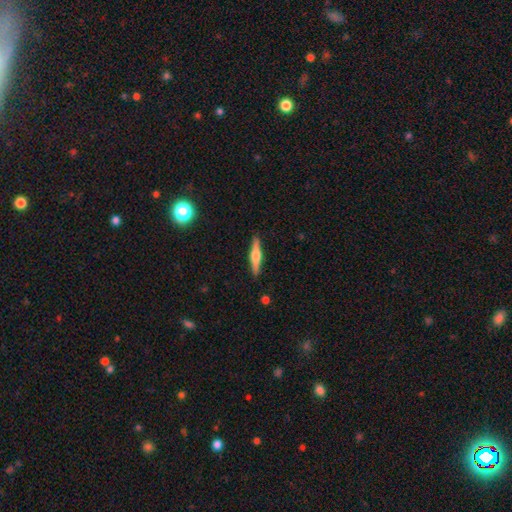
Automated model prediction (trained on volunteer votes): Q: Smooth or featured?
A: featured or disk (55%); runner-up: smooth (39%)
Q: Edge-on disk?
A: yes (97%); runner-up: no (3%)
Q: Edge-on bulge?
A: rounded (88%); runner-up: boxy (8%)
Q: Merging?
A: none (90%); runner-up: minor disturbance (7%)